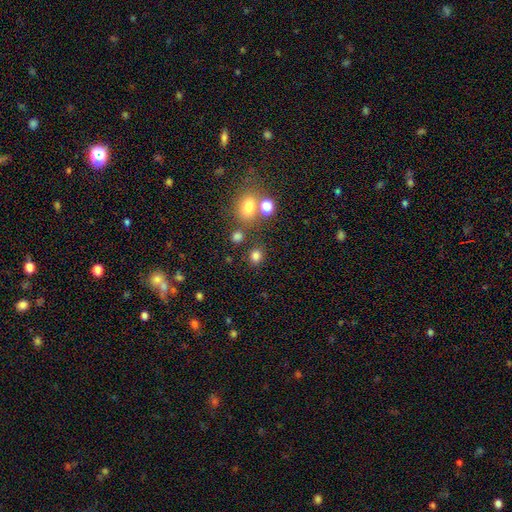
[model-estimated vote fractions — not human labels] smooth-or-featured: smooth: 79% | star or artifact: 15% | featured or disk: 6%
  how-rounded: round: 65% | in between: 34% | cigar-shaped: 1%
  merging: none: 76% | merger: 10% | minor disturbance: 10% | major disturbance: 4%